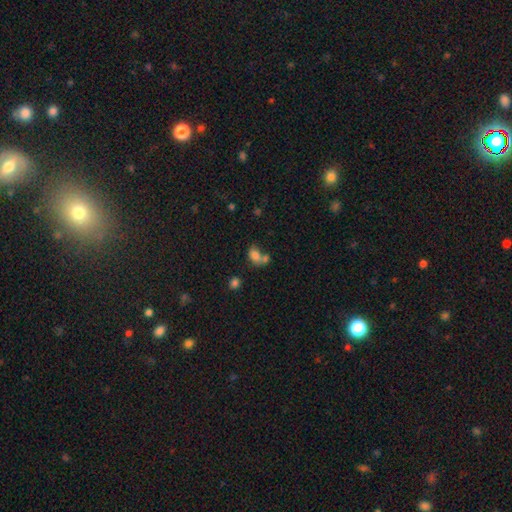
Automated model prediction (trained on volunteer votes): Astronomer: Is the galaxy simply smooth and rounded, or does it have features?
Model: smooth — 79%.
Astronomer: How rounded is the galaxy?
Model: in between — 80%.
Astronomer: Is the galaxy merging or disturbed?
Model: merger — 50% (runner-up: none, 29%).